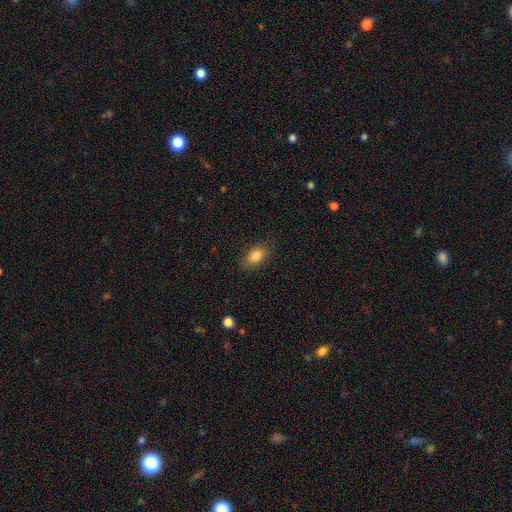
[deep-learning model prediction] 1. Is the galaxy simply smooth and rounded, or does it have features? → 84% smooth, 8% star or artifact, 8% featured or disk.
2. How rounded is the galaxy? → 87% in between, 9% round, 4% cigar-shaped.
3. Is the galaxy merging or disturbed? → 80% none, 15% minor disturbance, 4% major disturbance, 1% merger.